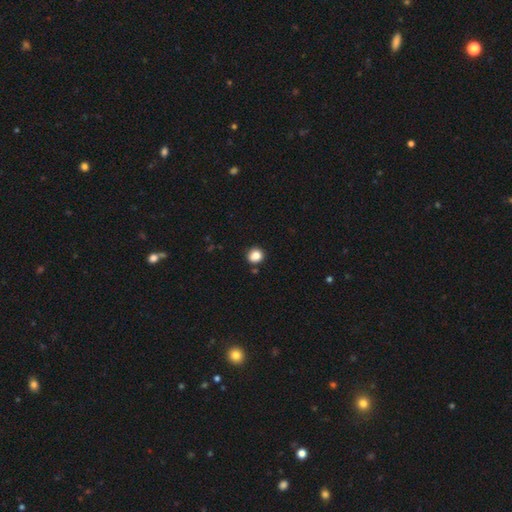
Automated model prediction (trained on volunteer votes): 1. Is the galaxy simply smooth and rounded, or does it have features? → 84% smooth, 11% star or artifact, 4% featured or disk.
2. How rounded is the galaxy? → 88% round, 11% in between, 1% cigar-shaped.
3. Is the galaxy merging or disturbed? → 86% none, 8% minor disturbance, 4% merger, 2% major disturbance.